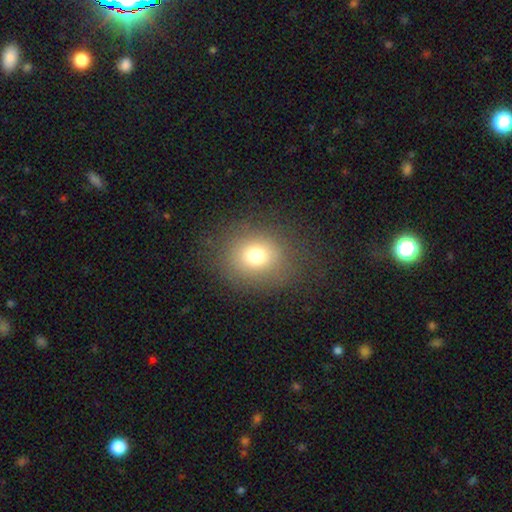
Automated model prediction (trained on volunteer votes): A smooth galaxy with no disk features (74%) that is round (76%).

Vote fractions:
- Smooth or featured? smooth: 74% / star or artifact: 16% / featured or disk: 11%
- How rounded? round: 76% / in between: 23% / cigar-shaped: 1%
- Merging? none: 81% / minor disturbance: 10% / major disturbance: 8% / merger: 1%